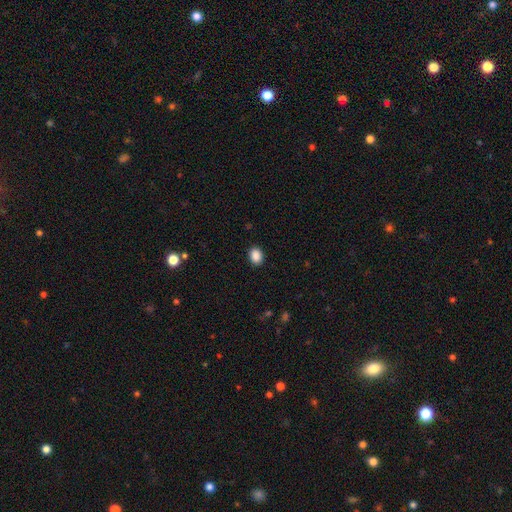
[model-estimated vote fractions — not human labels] A smooth galaxy with no disk features (89%) that is in between round and cigar-shaped (65%).

Vote fractions:
- Smooth or featured? smooth: 89% / star or artifact: 8% / featured or disk: 3%
- How rounded? in between: 65% / round: 34% / cigar-shaped: 1%
- Merging? none: 90% / minor disturbance: 7% / major disturbance: 2% / merger: 1%